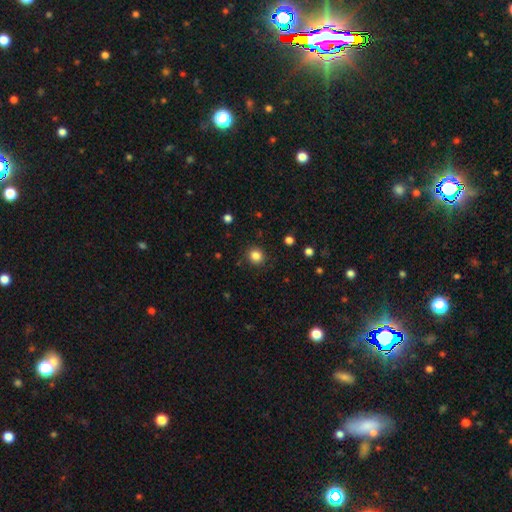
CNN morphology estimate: The model was most divided on "smooth or featured": smooth: 84%, star or artifact: 12%, featured or disk: 4%. More confident: merging — none (89%); how rounded — round (87%).